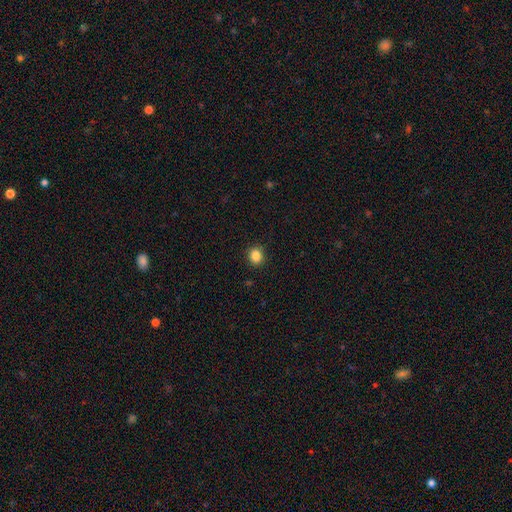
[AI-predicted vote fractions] A smooth galaxy with no disk features (85%) that is round (74%).

Vote fractions:
- Smooth or featured? smooth: 85% / star or artifact: 10% / featured or disk: 4%
- How rounded? round: 74% / in between: 25% / cigar-shaped: 1%
- Merging? none: 90% / minor disturbance: 7% / major disturbance: 2% / merger: 1%